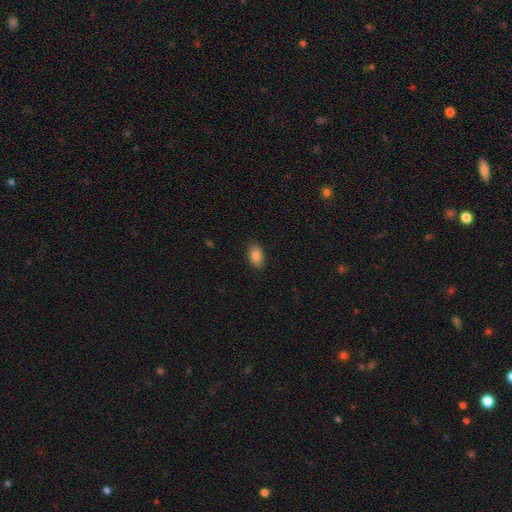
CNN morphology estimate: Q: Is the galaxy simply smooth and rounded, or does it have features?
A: smooth — 86%.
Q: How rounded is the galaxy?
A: in between — 89%.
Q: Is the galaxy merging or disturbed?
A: none — 85%.